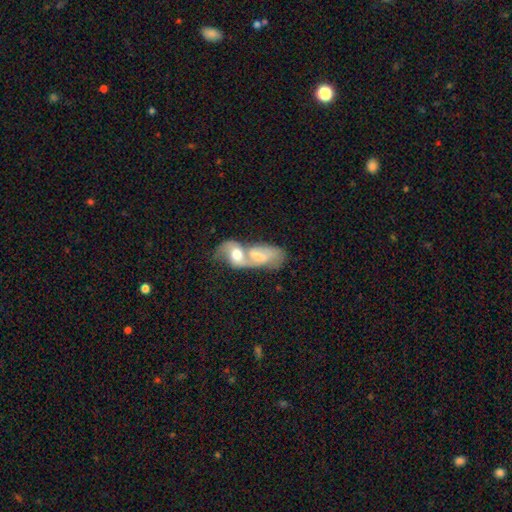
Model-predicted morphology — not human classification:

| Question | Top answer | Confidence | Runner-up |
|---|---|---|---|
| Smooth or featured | featured or disk | 60% | smooth (32%) |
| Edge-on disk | no | 92% | yes (8%) |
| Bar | no | 56% | weak (34%) |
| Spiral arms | yes | 77% | no (23%) |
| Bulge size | moderate | 55% | small (28%) |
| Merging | merger | 76% | none (12%) |